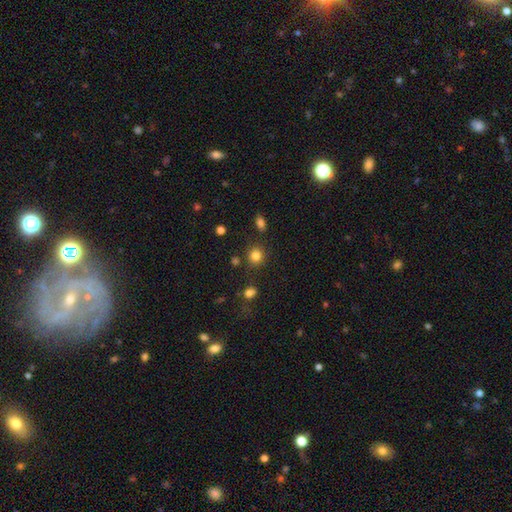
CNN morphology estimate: smooth-or-featured: smooth: 82% | star or artifact: 12% | featured or disk: 5%
  how-rounded: round: 87% | in between: 12% | cigar-shaped: 1%
  merging: none: 83% | minor disturbance: 9% | merger: 5% | major disturbance: 3%